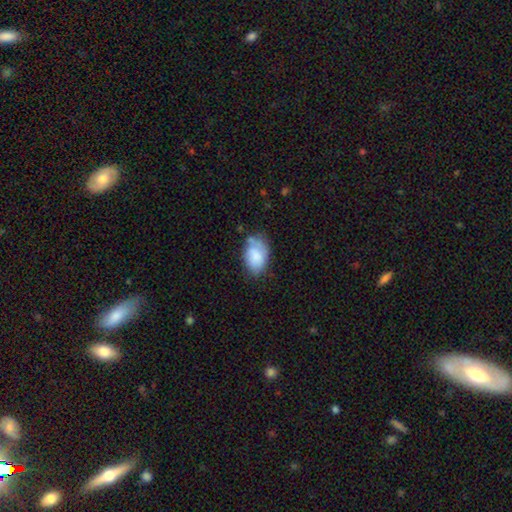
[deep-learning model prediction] Overall: smooth (75%). How rounded: in between (88%). Merging: none (48%; minor disturbance 34%).